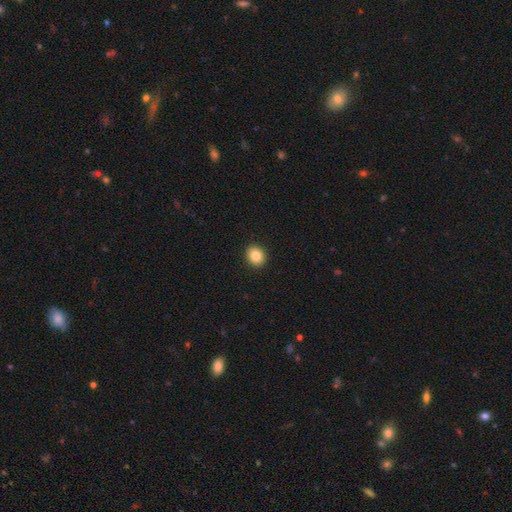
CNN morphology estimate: Smooth or featured: smooth — 84% (star or artifact — 9%)
How rounded: round — 71% (in between — 28%)
Merging: none — 92% (minor disturbance — 5%)